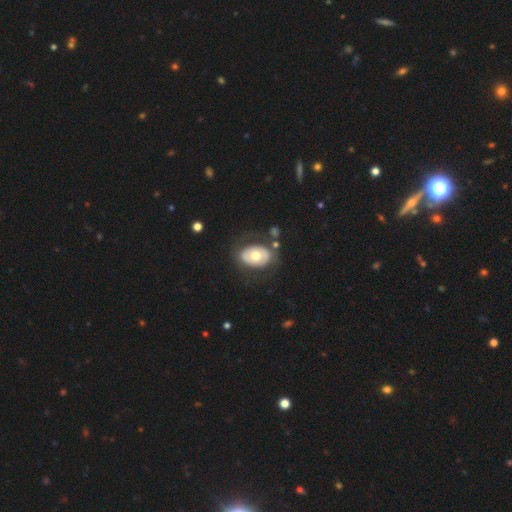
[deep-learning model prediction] Q: Smooth or featured?
A: smooth (52%); runner-up: featured or disk (42%)
Q: How rounded?
A: in between (79%); runner-up: round (20%)
Q: Merging?
A: none (73%); runner-up: minor disturbance (14%)